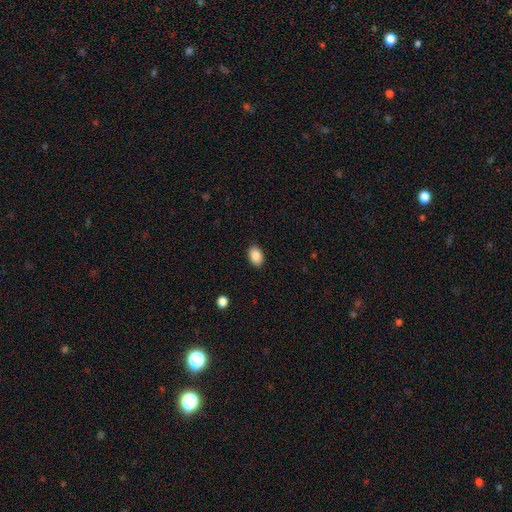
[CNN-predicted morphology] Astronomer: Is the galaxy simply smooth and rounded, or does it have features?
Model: smooth — 88%.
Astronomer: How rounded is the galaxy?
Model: in between — 87%.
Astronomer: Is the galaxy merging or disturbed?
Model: none — 89%.